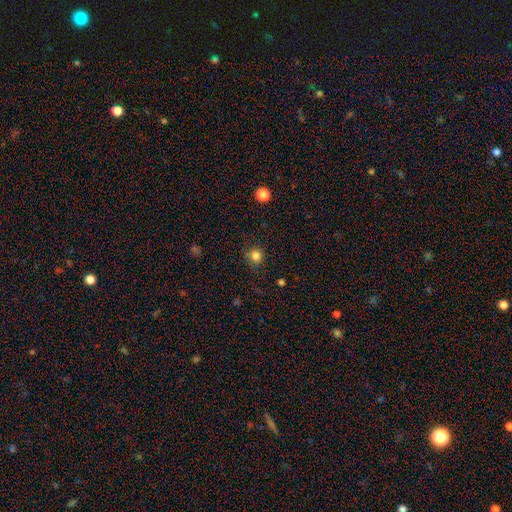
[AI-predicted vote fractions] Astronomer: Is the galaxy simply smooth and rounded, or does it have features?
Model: smooth — 83%.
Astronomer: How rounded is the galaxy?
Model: round — 90%.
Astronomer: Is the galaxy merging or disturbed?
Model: none — 84%.